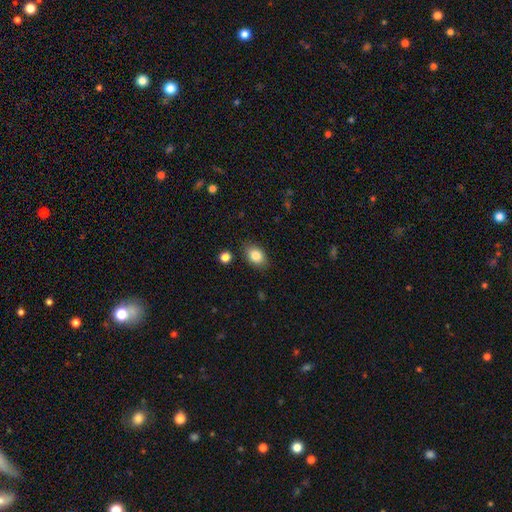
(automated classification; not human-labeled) A smooth galaxy with no disk features (84%) that is in between round and cigar-shaped (77%).

Vote fractions:
- Smooth or featured? smooth: 84% / star or artifact: 8% / featured or disk: 8%
- How rounded? in between: 77% / round: 21% / cigar-shaped: 1%
- Merging? none: 83% / minor disturbance: 12% / major disturbance: 3% / merger: 2%